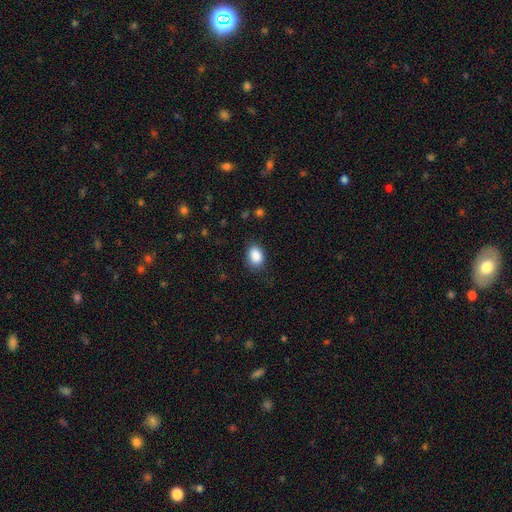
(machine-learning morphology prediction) This is clearly a smooth galaxy (88%). How rounded: likely in between (71%). Merging: clearly none (82%).